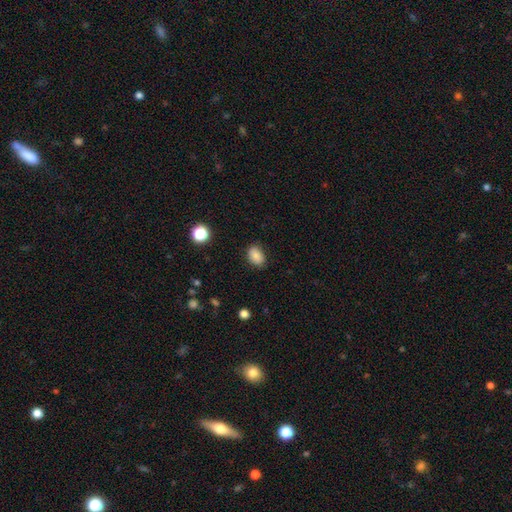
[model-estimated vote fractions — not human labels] This appears to be a smooth galaxy with no disk features (84%) that is in between round and cigar-shaped (79%). Merging: none (83%).